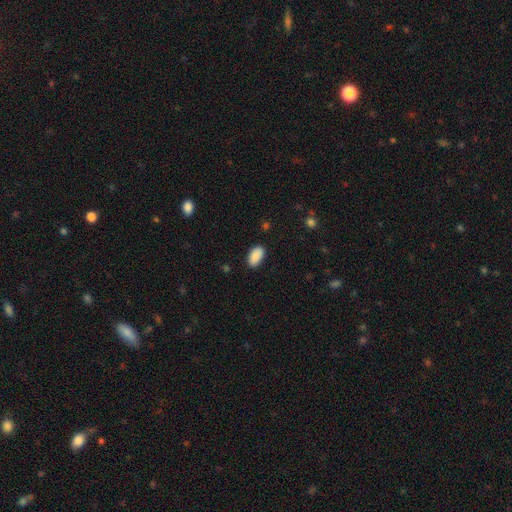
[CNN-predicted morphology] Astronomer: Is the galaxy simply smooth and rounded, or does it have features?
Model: smooth — 90%.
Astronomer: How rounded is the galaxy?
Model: in between — 95%.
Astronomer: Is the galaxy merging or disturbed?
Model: none — 86%.